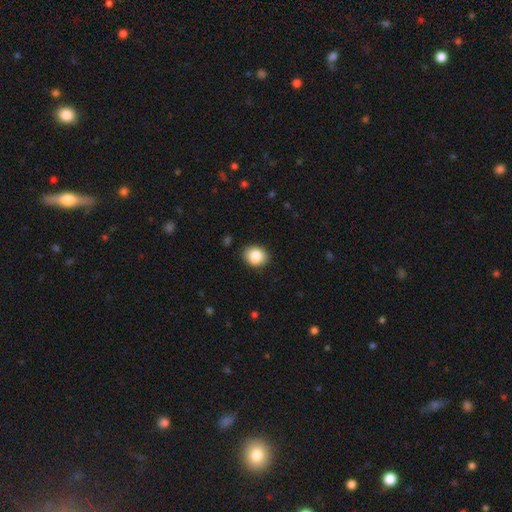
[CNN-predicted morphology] Smooth or featured? Predicted: smooth (p=0.85). How rounded? Predicted: round (p=0.55). Merging? Predicted: none (p=0.84).